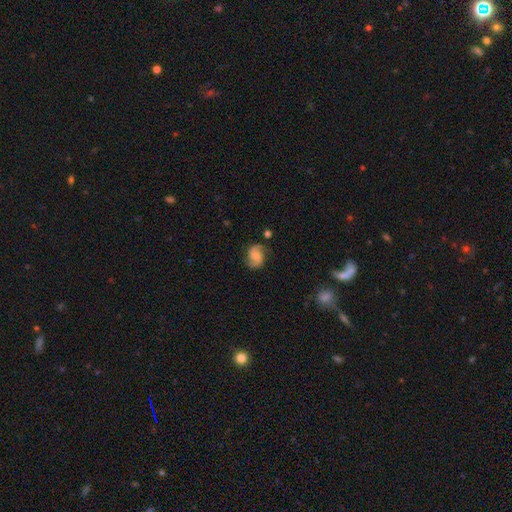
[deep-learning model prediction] The model was most divided on "bulge size": small: 43%, moderate: 37%, none: 14%, large: 4%, dominant: 1%. More confident: edge-on disk — no (98%); spiral arms — yes (97%); spiral arm count — 2 (92%); smooth or featured — featured or disk (81%); merging — none (79%); bar — no (55%); spiral winding — medium (50%).